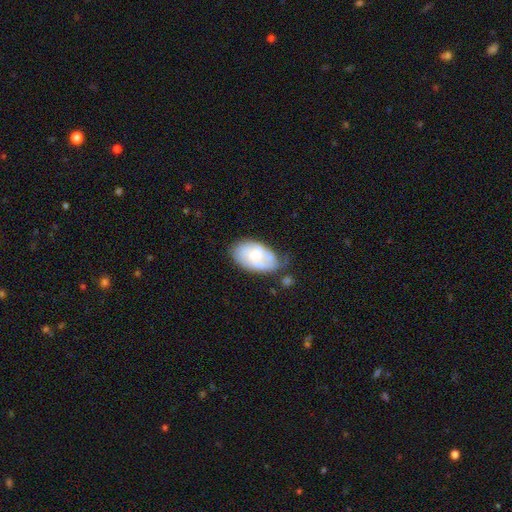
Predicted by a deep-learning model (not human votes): Smooth or featured? featured or disk (53%)
Edge-on disk? no (96%)
Bar? no (70%)
Spiral arms? yes (63%)
Bulge size? moderate (47%)
Merging? none (40%)